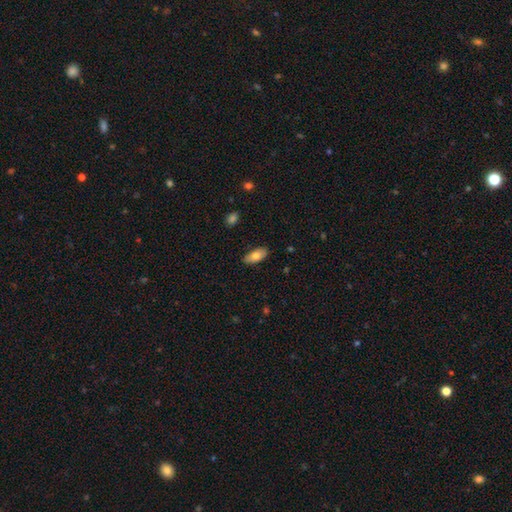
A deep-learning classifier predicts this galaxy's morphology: smooth 74%, featured or disk 20%, star or artifact 7%. Down the decision tree: how rounded — in between (89%); merging — none (85%).